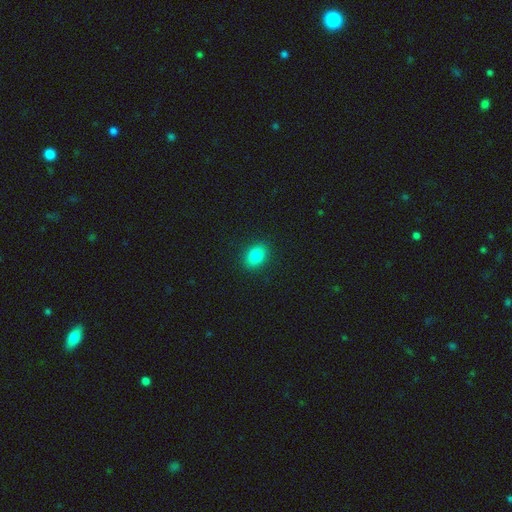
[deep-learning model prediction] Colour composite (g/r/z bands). It shows a smooth galaxy with no disk features (83%) that is in between round and cigar-shaped (74%). Merging: none (89%).